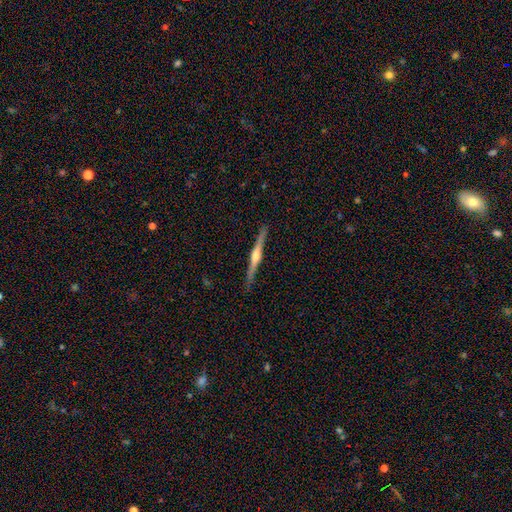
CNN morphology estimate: Overall: featured or disk (76%). Edge-on disk: yes (98%). Edge-on bulge: rounded (88%). Merging: none (89%).